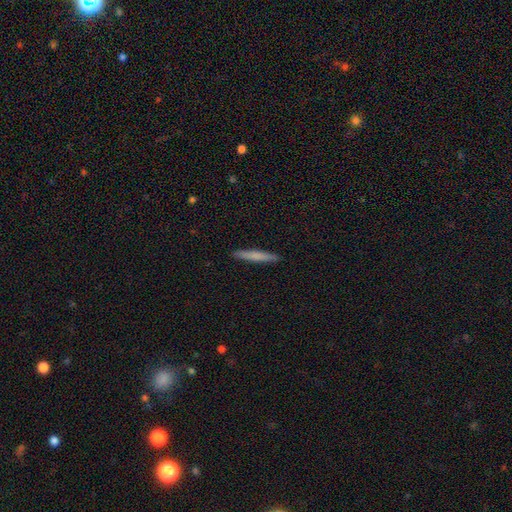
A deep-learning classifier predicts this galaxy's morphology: A smooth galaxy with no disk features (70%) that is cigar-shaped (96%). Merging: none (92%).